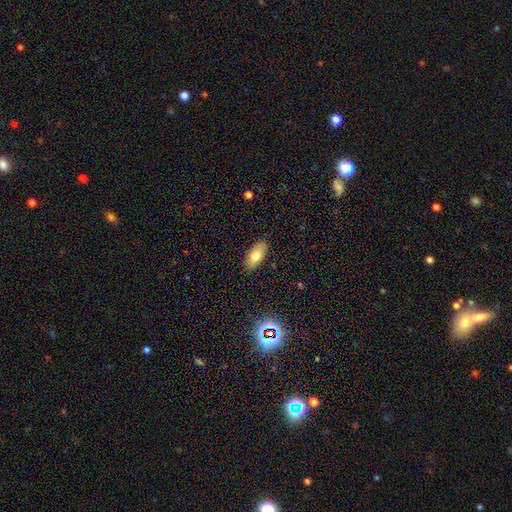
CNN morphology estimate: Smooth or featured? smooth (74%)
How rounded? in between (91%)
Merging? none (88%)